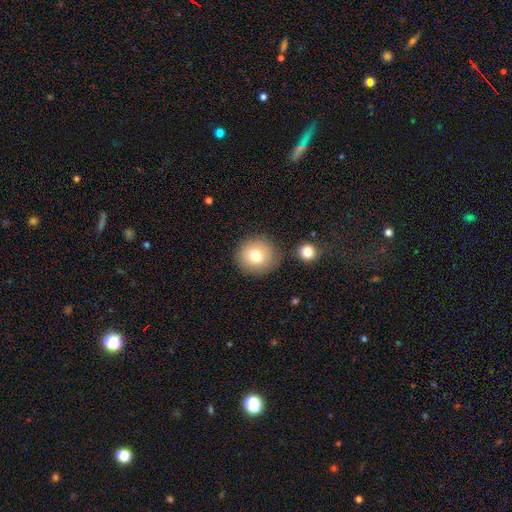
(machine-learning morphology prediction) Smooth or featured? smooth (76%)
How rounded? round (91%)
Merging? none (83%)